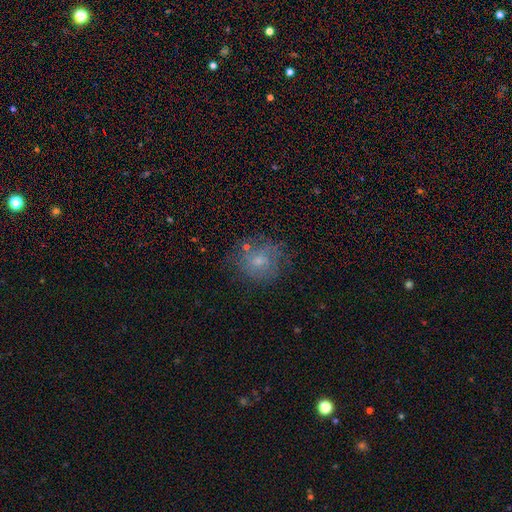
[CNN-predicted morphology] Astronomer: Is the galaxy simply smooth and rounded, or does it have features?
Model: smooth — 49% (runner-up: featured or disk, 31%).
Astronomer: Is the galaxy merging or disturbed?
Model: none — 73%.